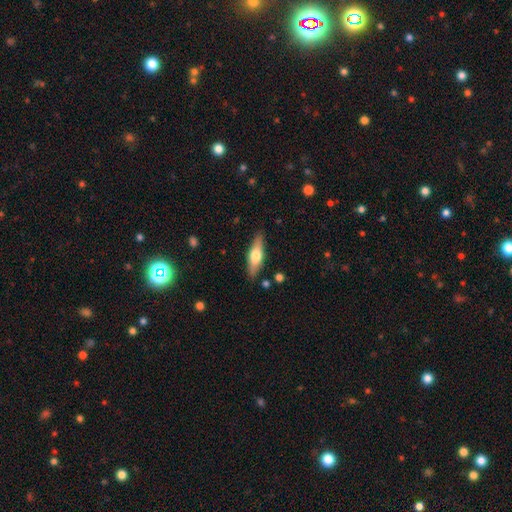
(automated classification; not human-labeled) Smooth or featured? smooth (50%)
How rounded? cigar-shaped (53%)
Merging? none (87%)